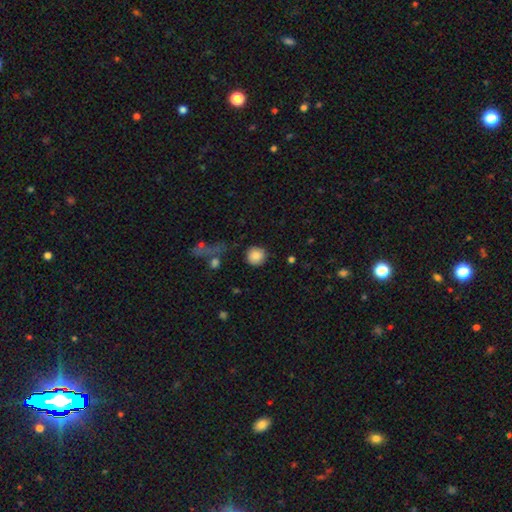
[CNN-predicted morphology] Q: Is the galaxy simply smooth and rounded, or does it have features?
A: smooth — 85%.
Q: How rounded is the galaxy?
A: round — 92%.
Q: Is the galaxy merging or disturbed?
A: none — 84%.